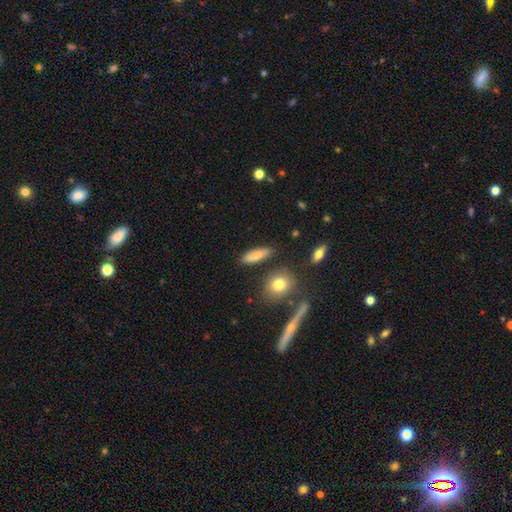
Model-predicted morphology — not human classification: Smooth or featured? Predicted: smooth (p=0.76). How rounded? Predicted: in between (p=0.52). Merging? Predicted: none (p=0.84).